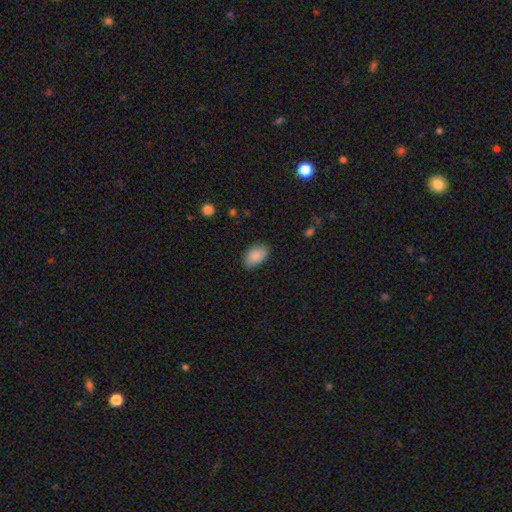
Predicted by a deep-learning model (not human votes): smooth 88%, star or artifact 7%, featured or disk 6%. Down the decision tree: how rounded — in between (91%); merging — none (80%).